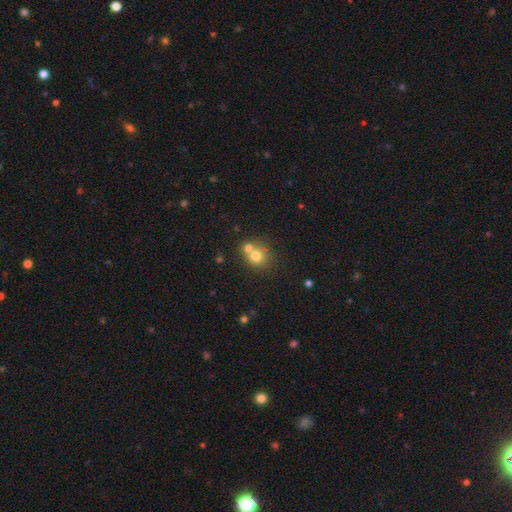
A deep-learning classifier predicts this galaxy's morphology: Overall: smooth (74%). How rounded: round (84%). Merging: merger (47%; none 43%).